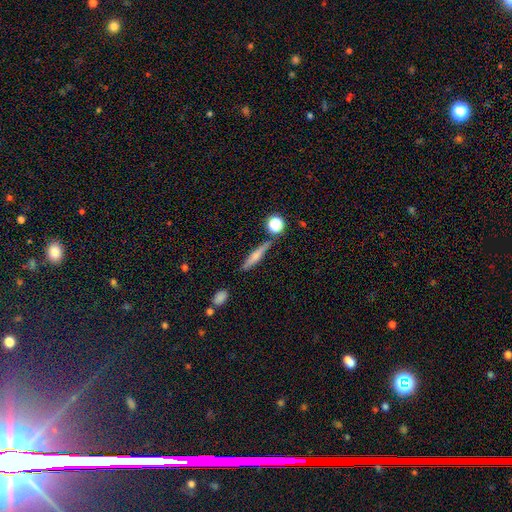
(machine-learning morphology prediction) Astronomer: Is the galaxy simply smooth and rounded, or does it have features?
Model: smooth — 63%.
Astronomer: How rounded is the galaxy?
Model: cigar-shaped — 84%.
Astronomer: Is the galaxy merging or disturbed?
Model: none — 76%.